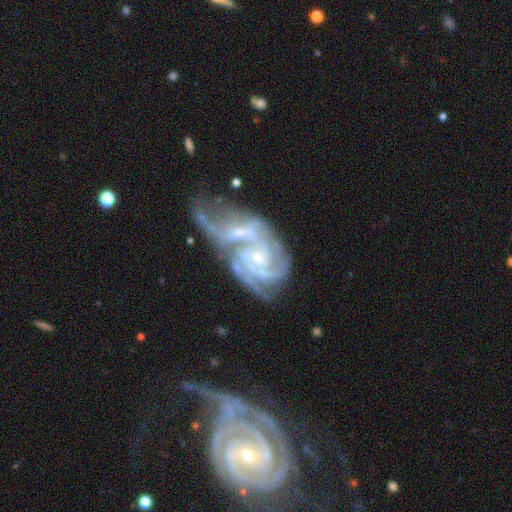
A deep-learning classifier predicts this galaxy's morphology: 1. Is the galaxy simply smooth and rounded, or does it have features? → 88% featured or disk, 6% star or artifact, 6% smooth.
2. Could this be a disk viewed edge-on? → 97% no, 3% yes.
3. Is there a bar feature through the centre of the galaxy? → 62% no, 28% weak, 10% strong.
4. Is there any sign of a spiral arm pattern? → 97% yes, 3% no.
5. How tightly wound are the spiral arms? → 49% tight, 39% medium, 12% loose.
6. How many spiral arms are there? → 29% 3, 22% can't tell, 21% 2, 16% 4, 7% more than 4, 6% 1.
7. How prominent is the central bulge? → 70% small, 23% moderate, 4% none, 1% large, 1% dominant.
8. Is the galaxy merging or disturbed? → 64% merger, 15% none, 12% major disturbance, 9% minor disturbance.